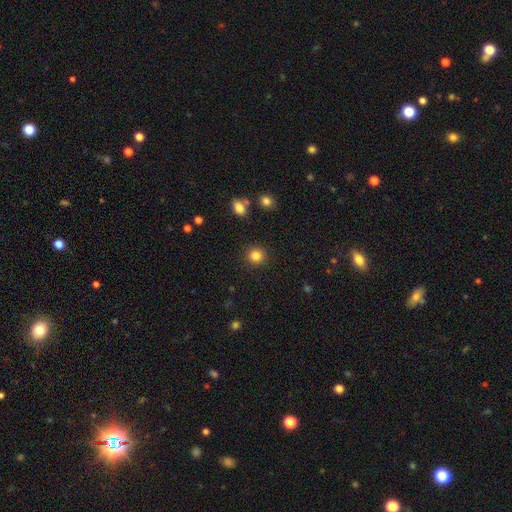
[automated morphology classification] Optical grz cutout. It shows a smooth galaxy with no disk features (85%) that is round (92%). Merging: none (91%).